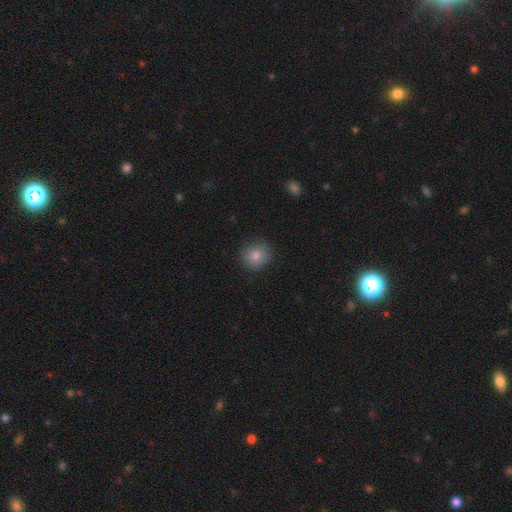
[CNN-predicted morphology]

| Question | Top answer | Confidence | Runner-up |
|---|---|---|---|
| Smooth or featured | smooth | 82% | star or artifact (11%) |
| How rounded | round | 86% | in between (13%) |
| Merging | none | 88% | minor disturbance (9%) |